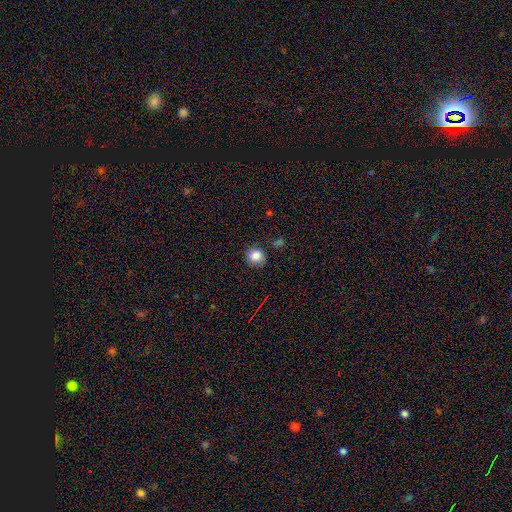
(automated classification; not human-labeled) Smooth or featured? smooth (84%)
How rounded? round (88%)
Merging? none (84%)